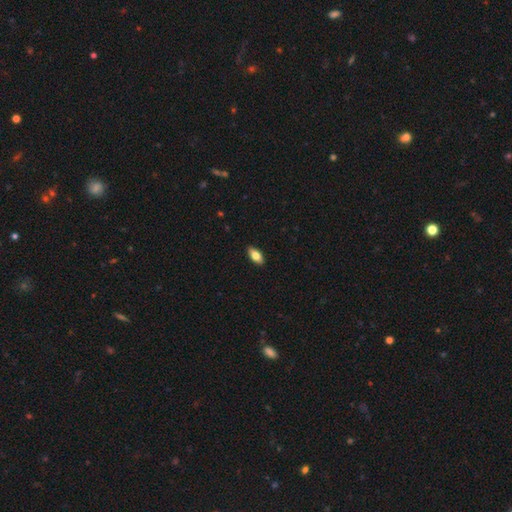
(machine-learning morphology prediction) Smooth or featured? Predicted: smooth (p=0.77). How rounded? Predicted: in between (p=0.89). Merging? Predicted: none (p=0.90).